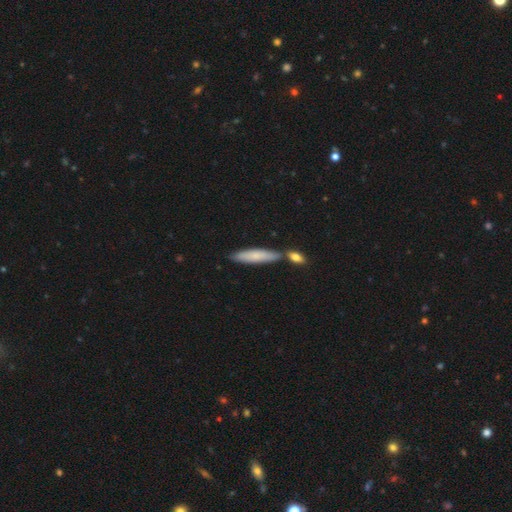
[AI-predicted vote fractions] A smooth galaxy with no disk features (75%) that is cigar-shaped (79%). Merging: none (67%).